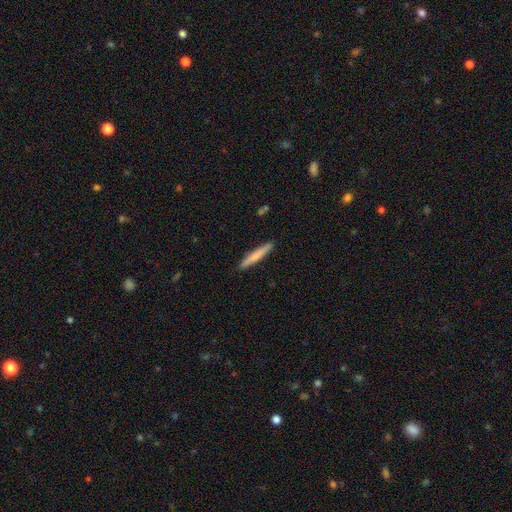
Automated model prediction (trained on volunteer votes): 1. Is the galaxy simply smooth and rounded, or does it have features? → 71% smooth, 24% featured or disk, 5% star or artifact.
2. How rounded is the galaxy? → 95% cigar-shaped, 4% in between, 1% round.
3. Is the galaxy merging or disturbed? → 91% none, 7% minor disturbance, 1% major disturbance, 1% merger.